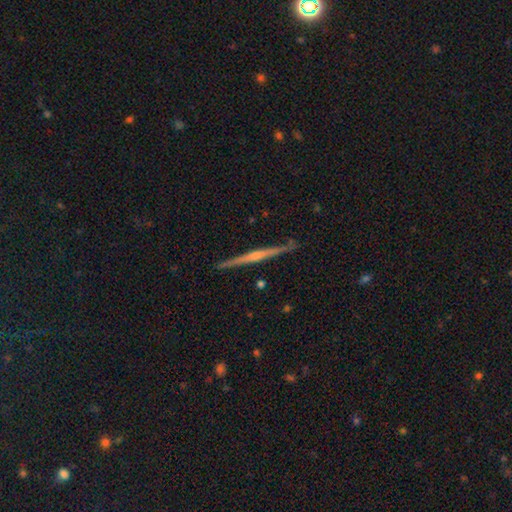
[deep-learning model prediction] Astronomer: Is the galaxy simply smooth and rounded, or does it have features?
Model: featured or disk — 78%.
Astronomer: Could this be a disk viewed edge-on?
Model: yes — 99%.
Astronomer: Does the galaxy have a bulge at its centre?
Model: rounded — 63%.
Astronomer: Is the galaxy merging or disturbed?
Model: none — 91%.